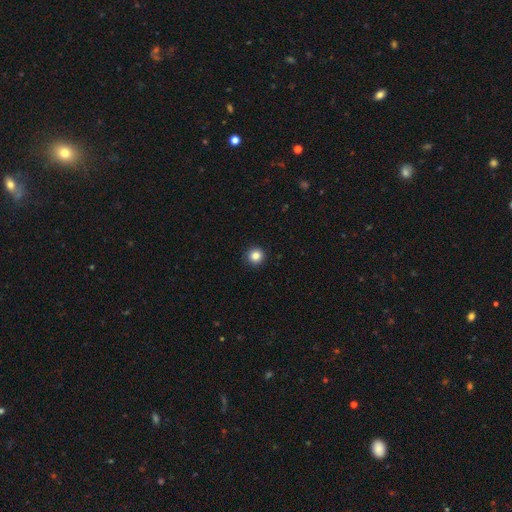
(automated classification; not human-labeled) smooth-or-featured: smooth: 85% | star or artifact: 11% | featured or disk: 4%
  how-rounded: round: 96% | in between: 3% | cigar-shaped: 1%
  merging: none: 92% | minor disturbance: 5% | major disturbance: 2% | merger: 1%